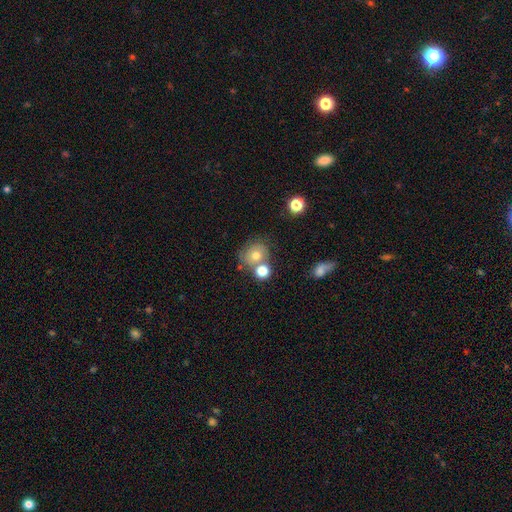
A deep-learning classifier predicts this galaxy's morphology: The model was most divided on "merging": none: 50%, merger: 28%, minor disturbance: 15%, major disturbance: 7%. More confident: how rounded — round (74%); smooth or featured — smooth (63%).